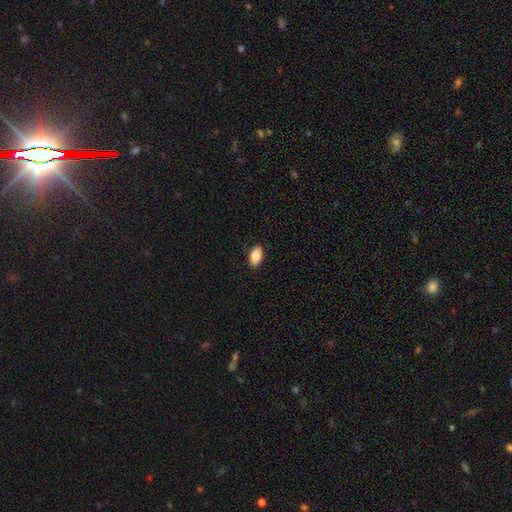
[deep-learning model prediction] Morphology: type=smooth (87%); roundness=in between (93%); merging=none (89%).